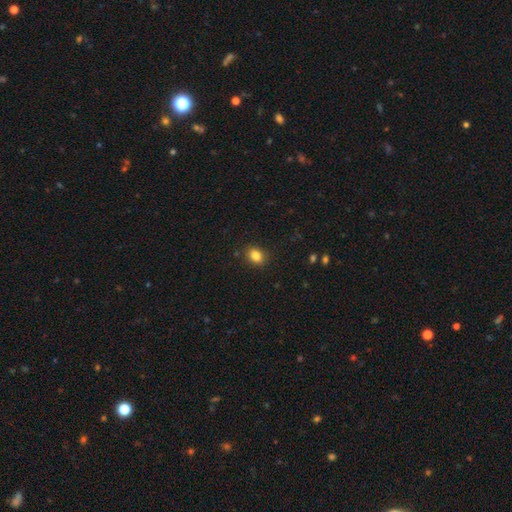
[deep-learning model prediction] smooth_or_featured: smooth (p=0.84) [alt: star or artifact p=0.11]
how_rounded: in between (p=0.52) [alt: round p=0.47]
merging: none (p=0.87) [alt: minor disturbance p=0.09]